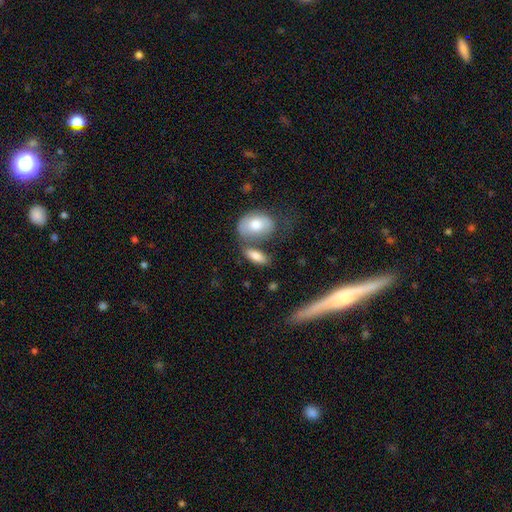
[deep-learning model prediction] Smooth or featured?
  - smooth: 77% *
  - featured or disk: 16%
  - star or artifact: 7%
How rounded?
  - in between: 80% *
  - cigar-shaped: 15%
  - round: 5%
Merging?
  - none: 48% *
  - merger: 29%
  - minor disturbance: 15%
  - major disturbance: 8%